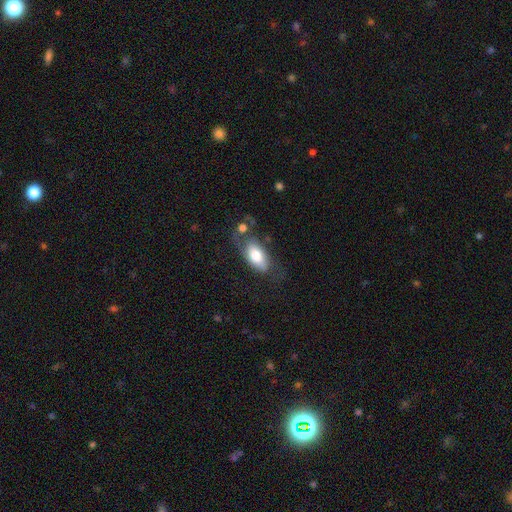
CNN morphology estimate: Smooth or featured? smooth (66%)
How rounded? in between (90%)
Merging? none (48%)